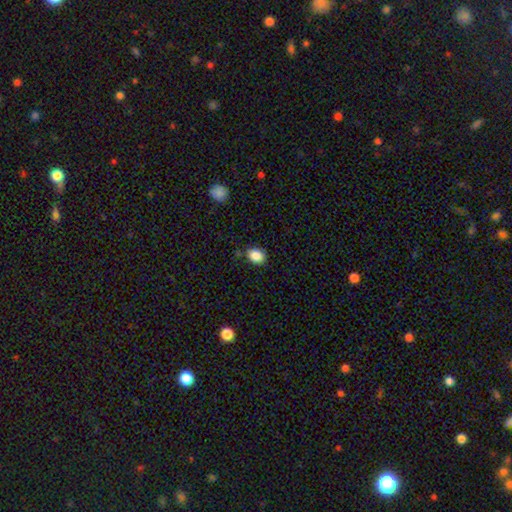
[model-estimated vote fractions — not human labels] Smooth or featured? smooth (87%)
How rounded? in between (57%)
Merging? none (80%)